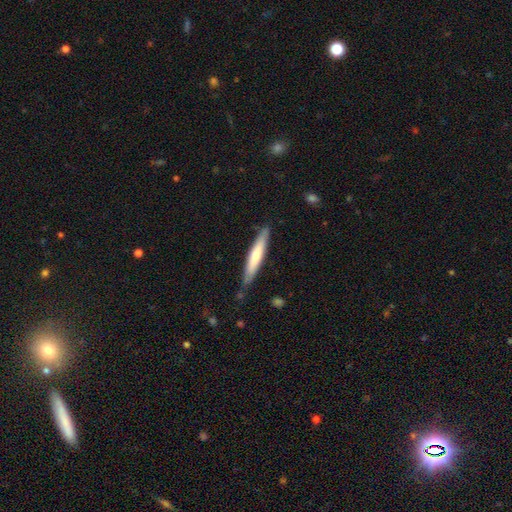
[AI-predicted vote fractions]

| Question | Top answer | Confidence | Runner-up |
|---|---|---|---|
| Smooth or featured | smooth | 62% | featured or disk (33%) |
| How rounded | cigar-shaped | 92% | in between (7%) |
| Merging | none | 82% | minor disturbance (14%) |